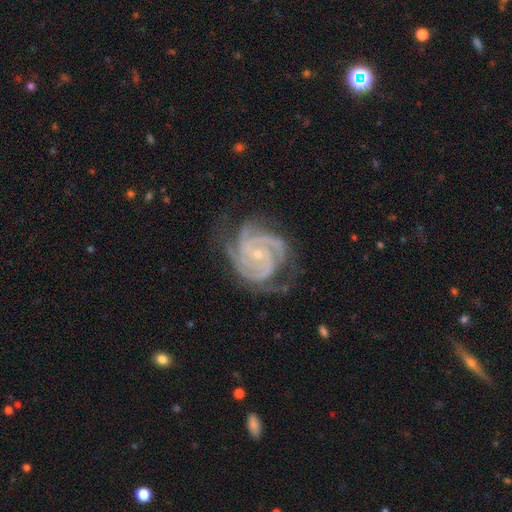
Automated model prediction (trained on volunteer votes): Morphology: type=featured or disk (90%); edge-on=no (98%); bar=no (60%); spiral arms=yes (98%); winding=tight (64%); arm count=3 (39%); bulge=small (77%); merging=none (69%).